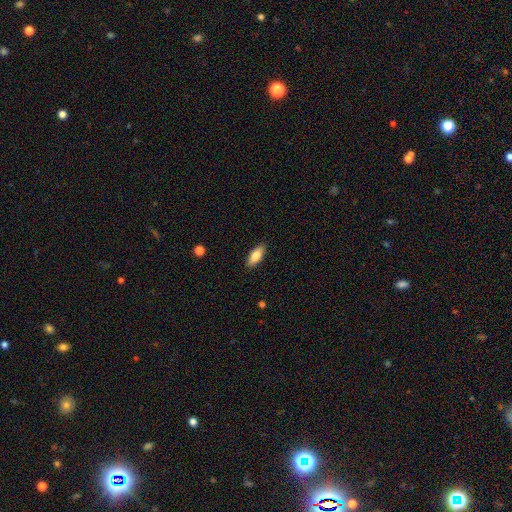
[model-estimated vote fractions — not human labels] Smooth or featured? Predicted: smooth (p=0.80). How rounded? Predicted: in between (p=0.75). Merging? Predicted: none (p=0.89).